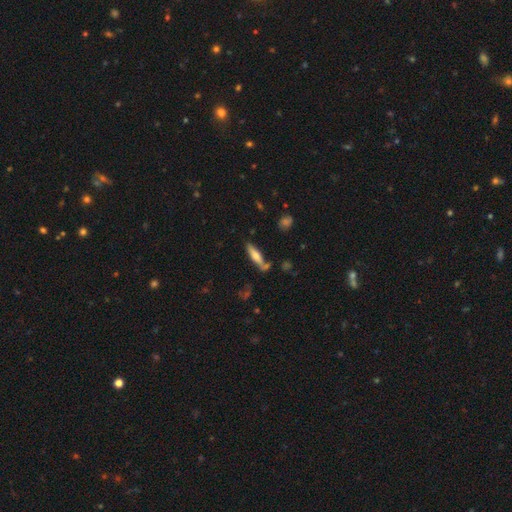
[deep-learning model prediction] Smooth or featured? Predicted: smooth (p=0.57). How rounded? Predicted: cigar-shaped (p=0.73). Merging? Predicted: none (p=0.71).